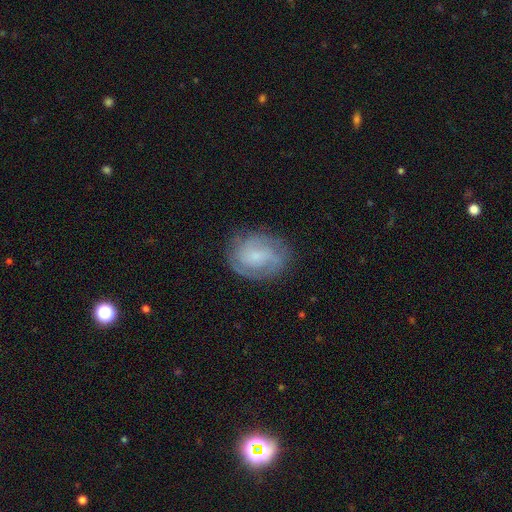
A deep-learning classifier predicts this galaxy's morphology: The model was most divided on "bar": no: 49%, weak: 42%, strong: 9%. Remaining: edge-on disk — no (97%); spiral arms — yes (91%); merging — none (77%); smooth or featured — featured or disk (69%); bulge size — small (55%); spiral winding — tight (53%); spiral arm count — 2 (44%).